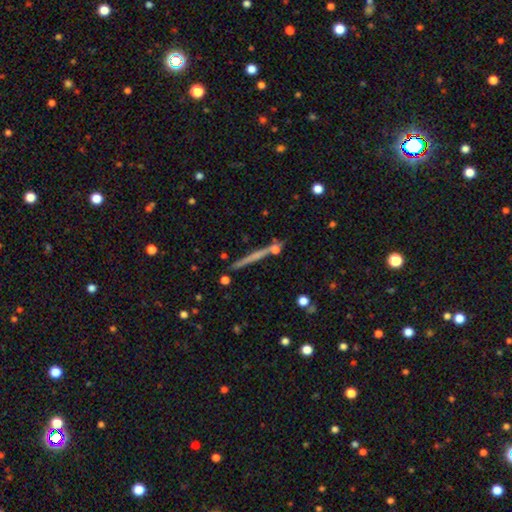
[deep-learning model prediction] Smooth or featured: featured or disk — 53% (smooth — 39%)
Edge-on disk: yes — 96% (no — 4%)
Edge-on bulge: none — 80% (rounded — 15%)
Merging: none — 84% (minor disturbance — 8%)